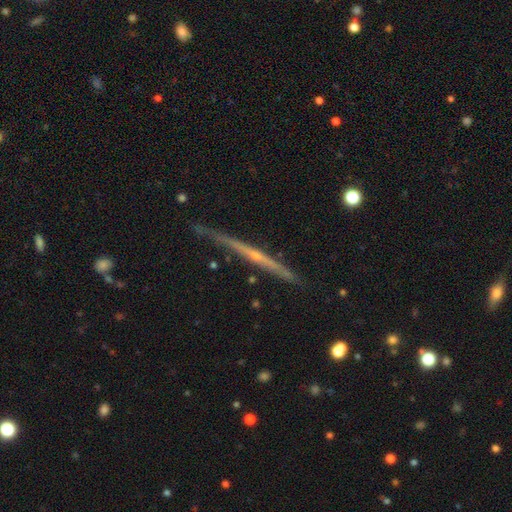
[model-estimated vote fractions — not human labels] This appears to be a featured or disk galaxy (80%) viewed edge-on (98%) with a rounded central bulge (56%). Merging: none (85%).